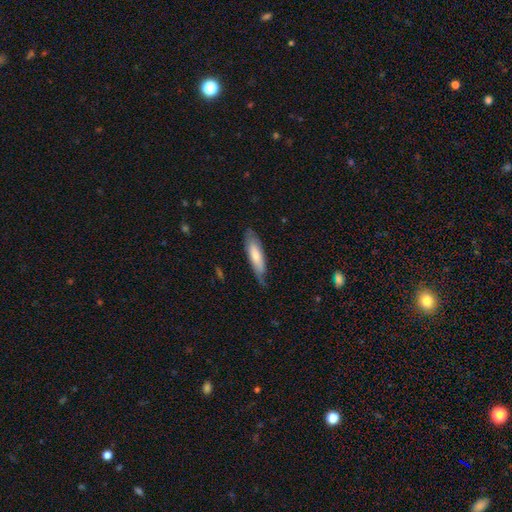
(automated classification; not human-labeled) Smooth or featured: smooth — 64% (featured or disk — 31%)
How rounded: cigar-shaped — 62% (in between — 36%)
Merging: none — 65% (minor disturbance — 26%)